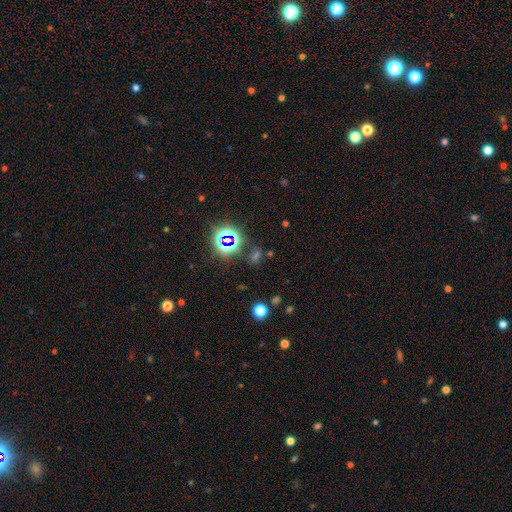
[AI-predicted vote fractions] Overall: star or artifact (66%).